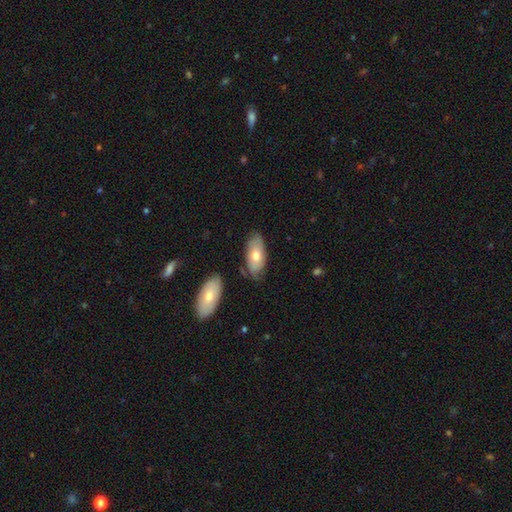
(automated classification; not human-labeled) Overall: smooth (65%; featured or disk 29%). How rounded: in between (91%). Merging: none (73%).